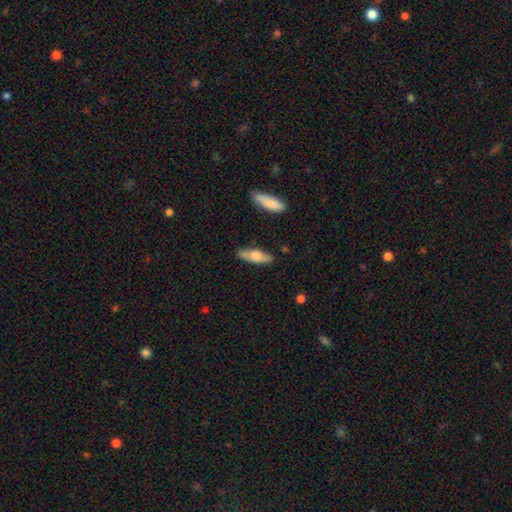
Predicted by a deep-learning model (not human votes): Smooth or featured? smooth (57%)
How rounded? cigar-shaped (52%)
Merging? none (84%)